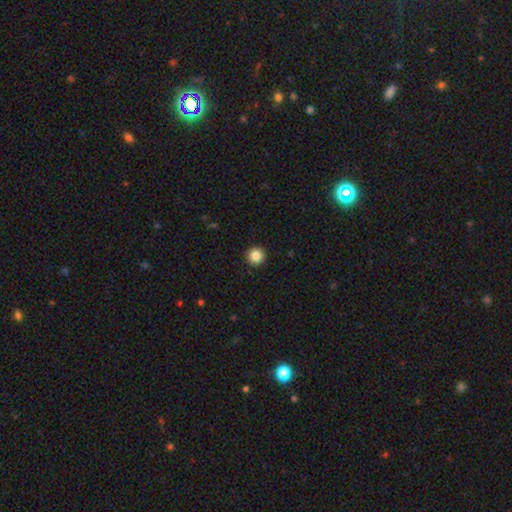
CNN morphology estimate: This appears to be a smooth galaxy with no disk features (86%) that is round (95%). Merging: none (93%).